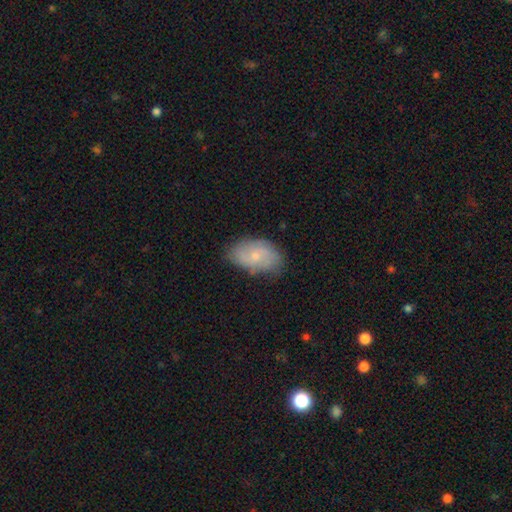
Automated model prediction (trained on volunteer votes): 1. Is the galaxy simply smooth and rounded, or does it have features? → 53% smooth, 39% featured or disk, 7% star or artifact.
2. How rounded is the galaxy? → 90% in between, 8% round, 2% cigar-shaped.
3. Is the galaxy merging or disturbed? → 74% none, 20% minor disturbance, 4% major disturbance, 1% merger.